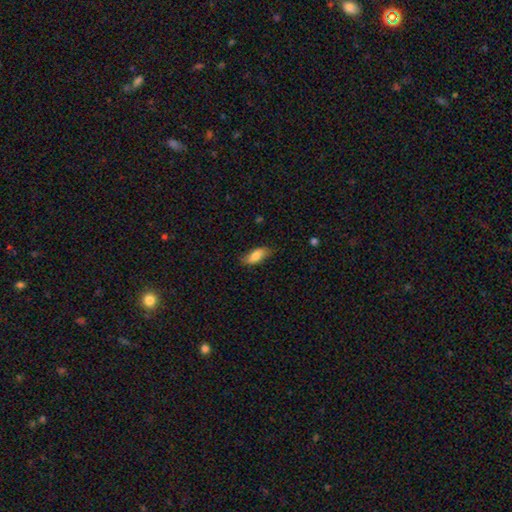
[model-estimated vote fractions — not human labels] smooth 80%, featured or disk 14%, star or artifact 6%. Down the decision tree: how rounded — in between (83%); merging — none (75%).